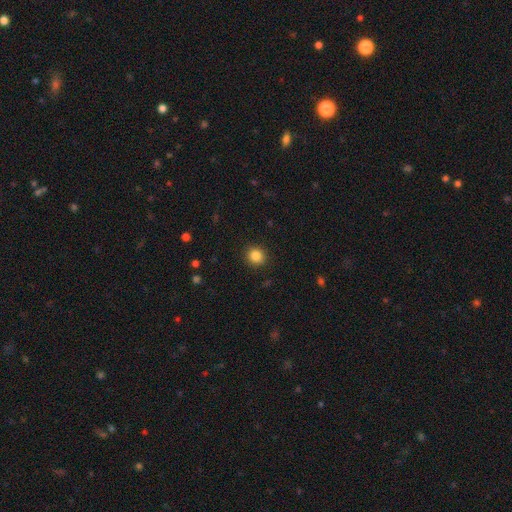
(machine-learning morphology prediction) Smooth or featured?
  - smooth: 84% *
  - star or artifact: 11%
  - featured or disk: 5%
How rounded?
  - round: 88% *
  - in between: 11%
  - cigar-shaped: 1%
Merging?
  - none: 91% *
  - minor disturbance: 6%
  - major disturbance: 2%
  - merger: 1%